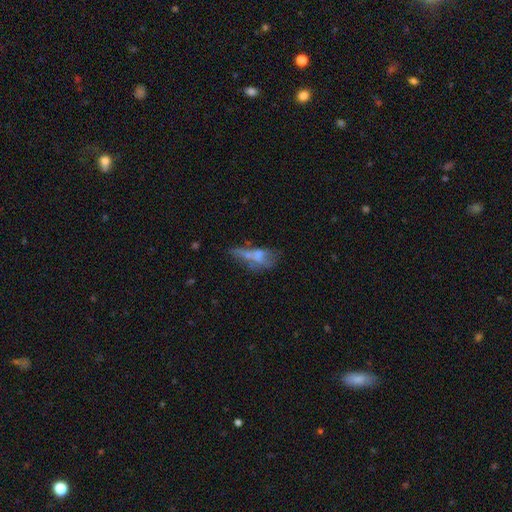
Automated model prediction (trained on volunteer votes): smooth-or-featured: smooth: 46% | featured or disk: 40% | star or artifact: 13%
  merging: none: 28% (tied) | merger: 28% (tied) | major disturbance: 26% | minor disturbance: 18%